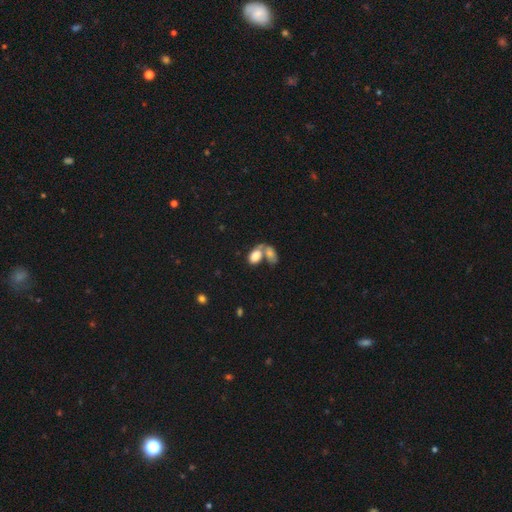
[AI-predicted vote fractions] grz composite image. It shows a smooth galaxy with no disk features (81%) that is in between round and cigar-shaped (89%). Merging: merger (59%).